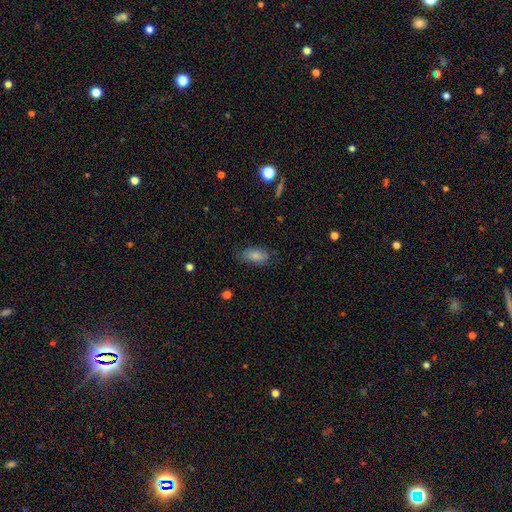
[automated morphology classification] Overall: smooth (83%). How rounded: in between (88%). Merging: none (71%).